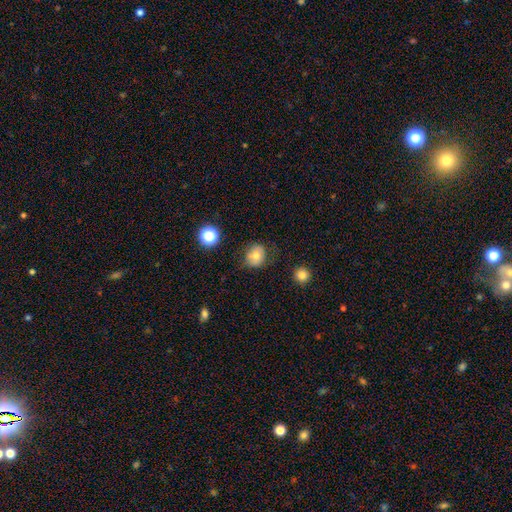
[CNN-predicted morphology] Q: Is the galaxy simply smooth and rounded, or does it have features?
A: smooth — 74%.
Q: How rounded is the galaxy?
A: round — 73%.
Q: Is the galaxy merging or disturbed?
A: none — 72%.